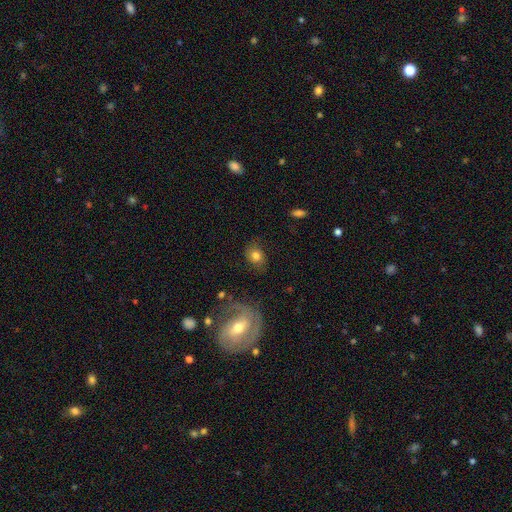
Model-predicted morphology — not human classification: type=smooth (72%); roundness=in between (54%); merging=none (70%).